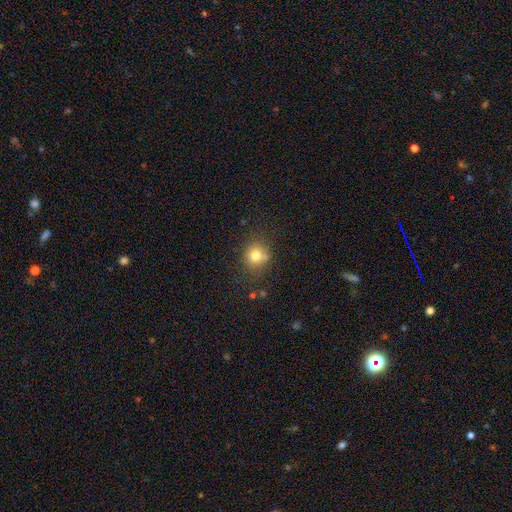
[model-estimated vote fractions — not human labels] This is likely a smooth galaxy (77%). How rounded: clearly round (82%). Merging: likely none (71%).